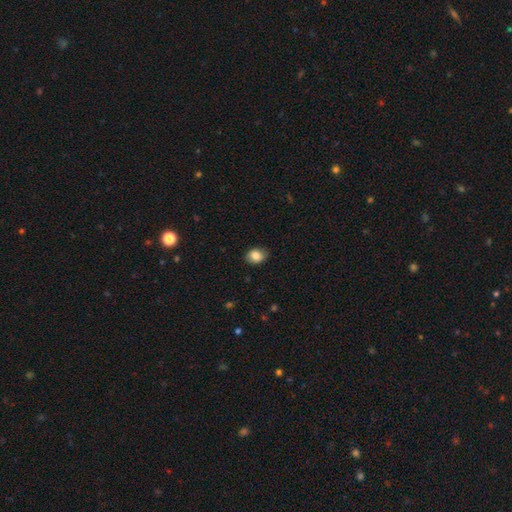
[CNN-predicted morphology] A smooth galaxy with no disk features (84%) that is in between round and cigar-shaped (60%). Merging: none (82%).